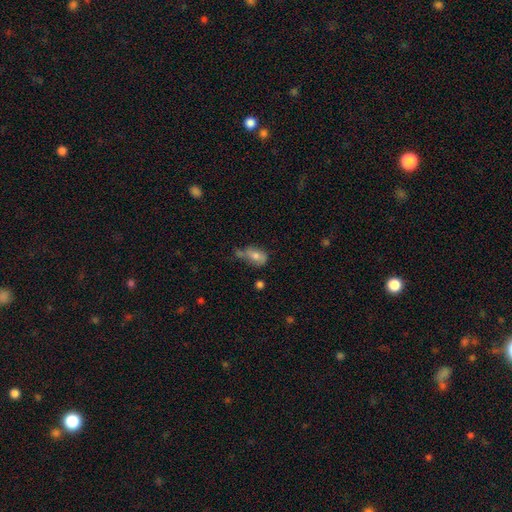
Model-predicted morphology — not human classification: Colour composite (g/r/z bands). It shows a smooth galaxy with no disk features (68%) that is in between round and cigar-shaped (83%). Merging: none (36%).